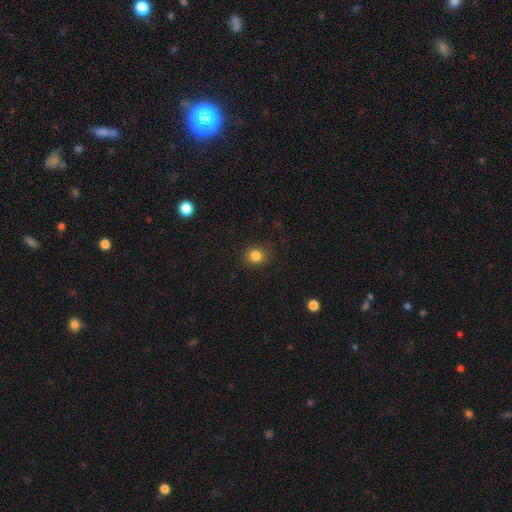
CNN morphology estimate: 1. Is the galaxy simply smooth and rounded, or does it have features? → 83% smooth, 12% star or artifact, 5% featured or disk.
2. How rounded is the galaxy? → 86% round, 13% in between, 1% cigar-shaped.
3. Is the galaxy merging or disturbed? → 89% none, 8% minor disturbance, 2% major disturbance, 1% merger.